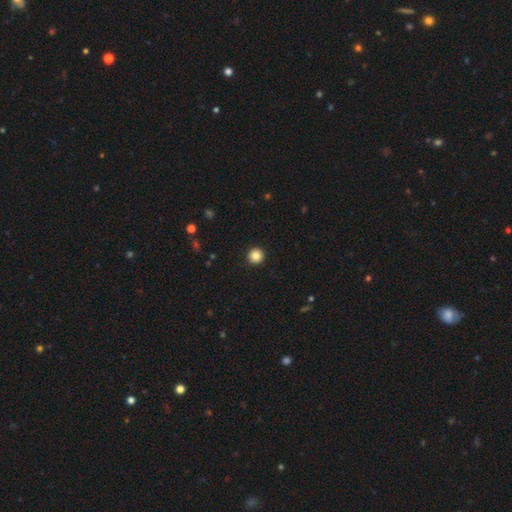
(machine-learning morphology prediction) Smooth or featured: smooth — 84% (star or artifact — 10%)
How rounded: round — 96% (in between — 3%)
Merging: none — 94% (minor disturbance — 4%)